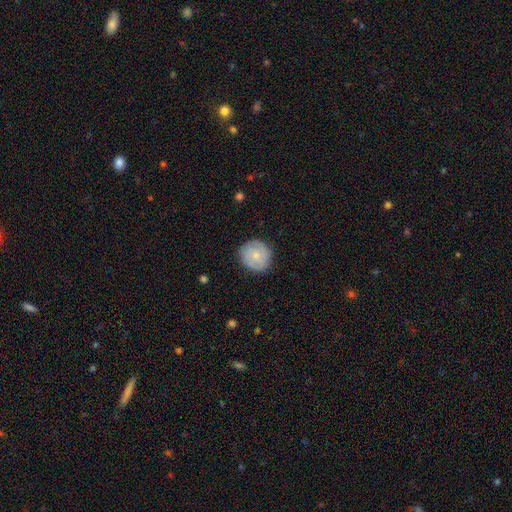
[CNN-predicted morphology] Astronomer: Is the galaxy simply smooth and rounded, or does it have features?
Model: smooth — 58% (runner-up: featured or disk, 35%).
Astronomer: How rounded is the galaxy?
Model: round — 89%.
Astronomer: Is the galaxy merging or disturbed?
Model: none — 84%.